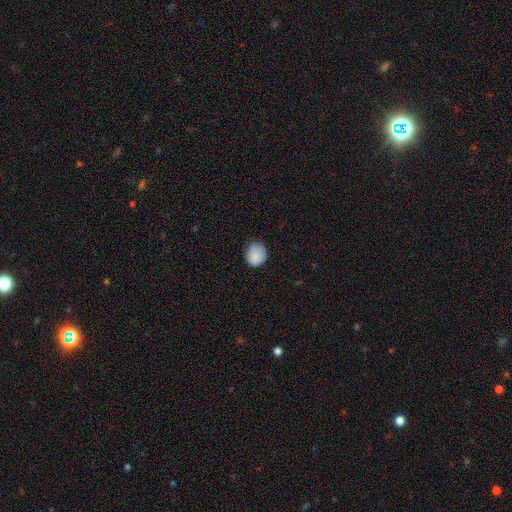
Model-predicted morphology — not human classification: This appears to be a smooth galaxy with no disk features (86%) that is round (76%). Merging: none (74%).